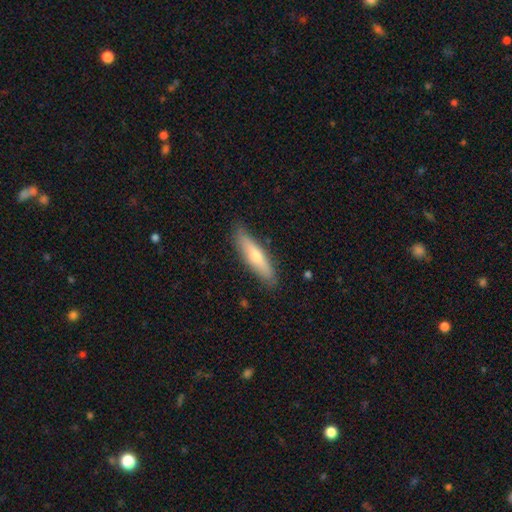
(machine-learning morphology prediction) Smooth or featured? smooth (59%)
How rounded? cigar-shaped (79%)
Merging? none (85%)